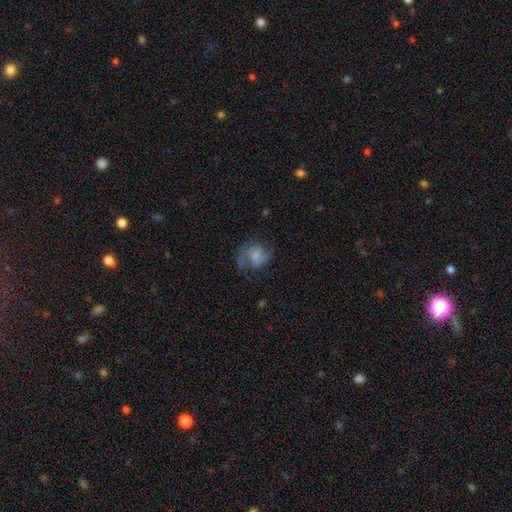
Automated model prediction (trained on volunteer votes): This is possibly a featured or disk galaxy (48%). Merging: possibly none (45%).